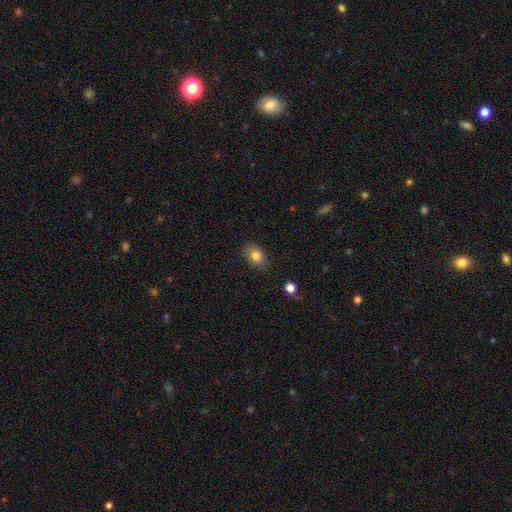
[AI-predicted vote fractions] smooth-or-featured: smooth: 81% | featured or disk: 10% | star or artifact: 9%
  how-rounded: in between: 78% | round: 21% | cigar-shaped: 1%
  merging: none: 78% | minor disturbance: 17% | major disturbance: 4% | merger: 2%